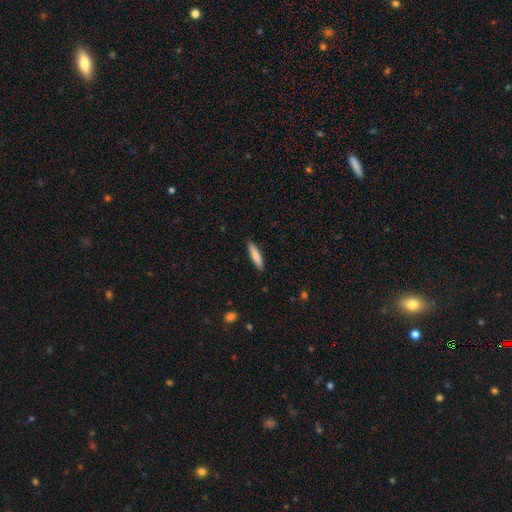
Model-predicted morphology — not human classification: A smooth galaxy with no disk features (82%) that is cigar-shaped (82%).

Vote fractions:
- Smooth or featured? smooth: 82% / featured or disk: 12% / star or artifact: 6%
- How rounded? cigar-shaped: 82% / in between: 16% / round: 1%
- Merging? none: 89% / minor disturbance: 8% / major disturbance: 2% / merger: 1%